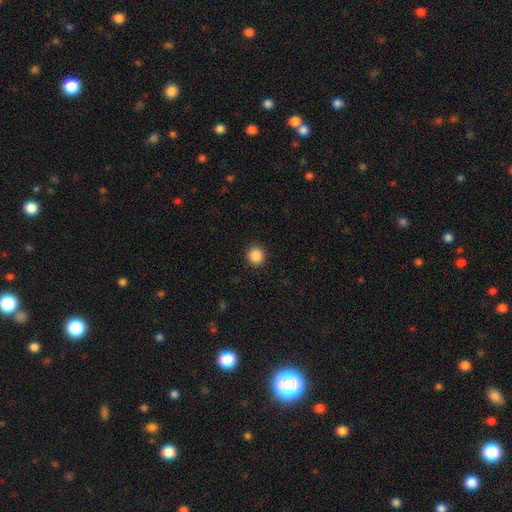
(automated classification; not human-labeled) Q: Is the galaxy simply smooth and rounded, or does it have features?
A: smooth — 87%.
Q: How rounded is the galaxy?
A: round — 93%.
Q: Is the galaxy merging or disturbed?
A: none — 92%.